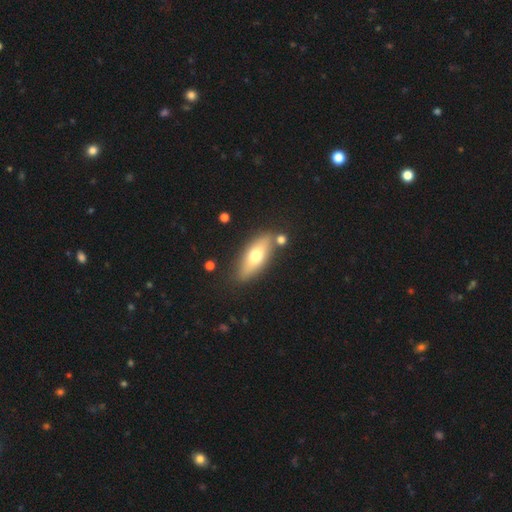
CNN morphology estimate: This is likely a smooth galaxy (61%). How rounded: likely in between (64%). Merging: likely none (77%).